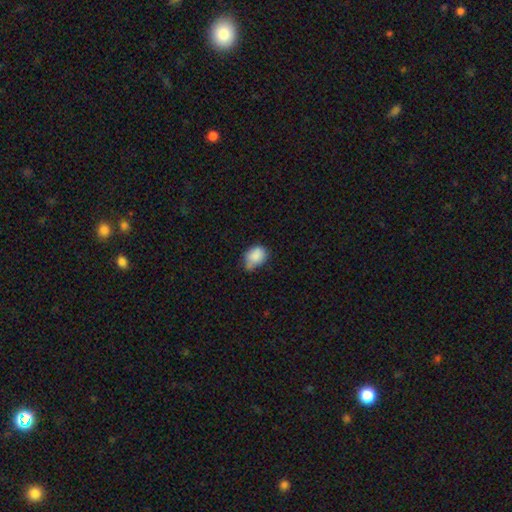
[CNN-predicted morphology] Smooth or featured? smooth (85%)
How rounded? in between (60%)
Merging? none (43%)